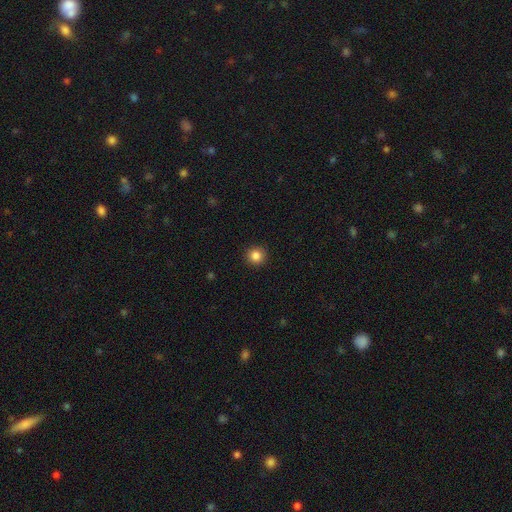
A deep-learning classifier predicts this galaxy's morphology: smooth-or-featured: smooth: 86% | star or artifact: 11% | featured or disk: 4%
  how-rounded: round: 95% | in between: 5% | cigar-shaped: 1%
  merging: none: 92% | minor disturbance: 5% | major disturbance: 2% | merger: 1%